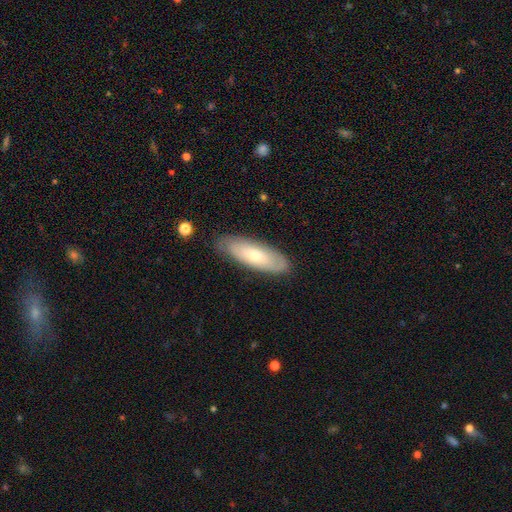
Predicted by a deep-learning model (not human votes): Smooth or featured: smooth — 60% (featured or disk — 35%)
How rounded: in between — 59% (cigar-shaped — 40%)
Merging: none — 82% (minor disturbance — 14%)